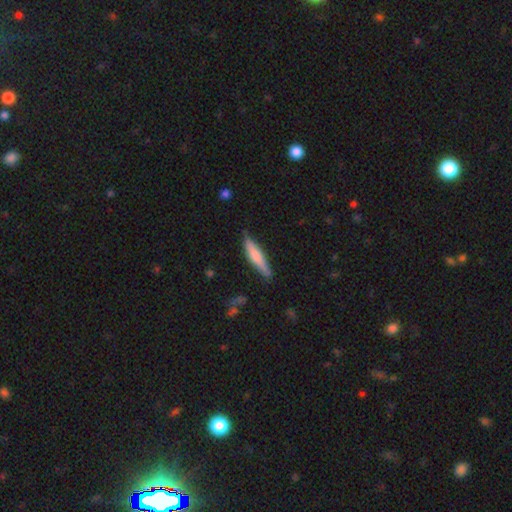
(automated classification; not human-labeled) smooth_or_featured: smooth (p=0.67) [alt: featured or disk p=0.28]
how_rounded: cigar-shaped (p=0.83) [alt: in between p=0.16]
merging: none (p=0.80) [alt: minor disturbance p=0.16]